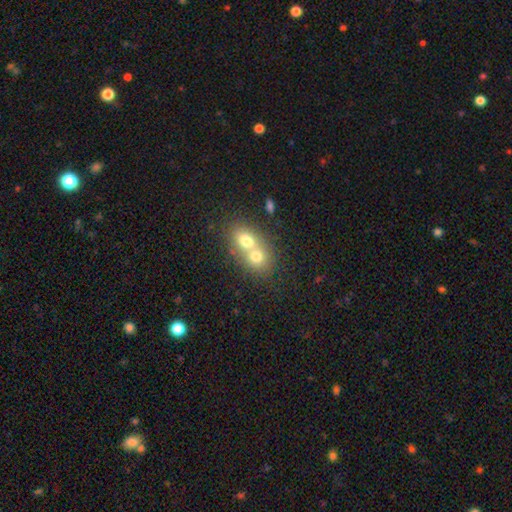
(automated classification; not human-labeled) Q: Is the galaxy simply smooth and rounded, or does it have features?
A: smooth — 62%.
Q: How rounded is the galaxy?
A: round — 63%.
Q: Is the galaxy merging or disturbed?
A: merger — 69%.